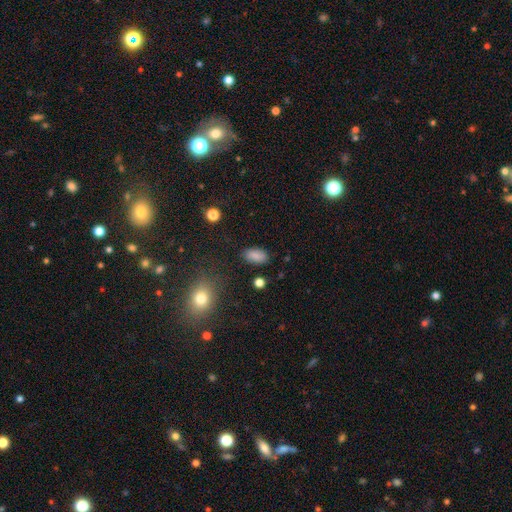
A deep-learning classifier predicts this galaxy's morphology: A smooth galaxy with no disk features (86%) that is in between round and cigar-shaped (93%). Merging: none (85%).